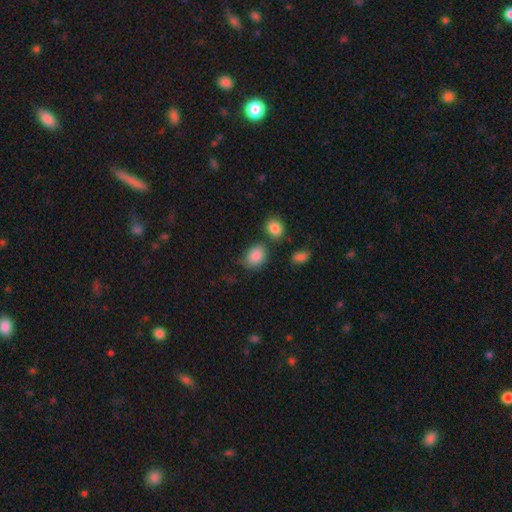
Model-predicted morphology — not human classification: Overall: smooth (86%). How rounded: in between (63%; round 36%). Merging: none (58%; minor disturbance 23%).